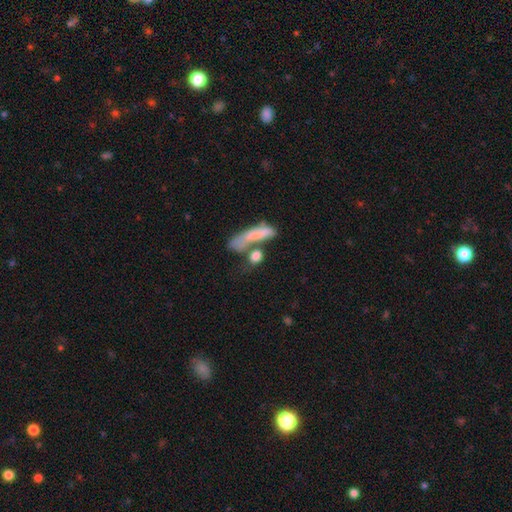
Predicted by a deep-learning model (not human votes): Smooth or featured? smooth (73%)
How rounded? in between (41%)
Merging? merger (36%)